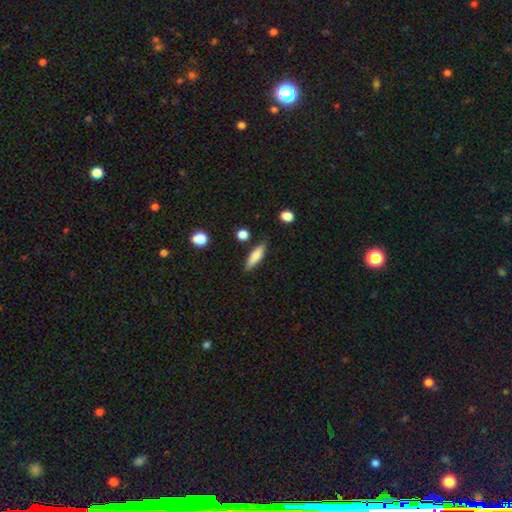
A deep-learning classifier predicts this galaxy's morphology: Smooth or featured?
  - smooth: 78% *
  - featured or disk: 15%
  - star or artifact: 7%
How rounded?
  - cigar-shaped: 61% *
  - in between: 37%
  - round: 2%
Merging?
  - none: 81% *
  - minor disturbance: 13%
  - merger: 3%
  - major disturbance: 3%